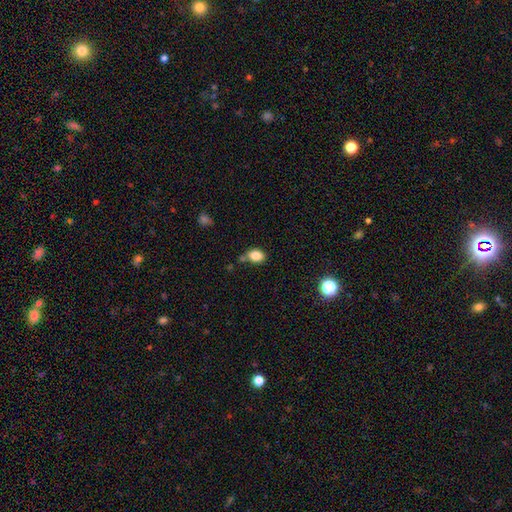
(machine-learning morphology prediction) smooth-or-featured: smooth: 84% | star or artifact: 10% | featured or disk: 6%
  how-rounded: in between: 66% | round: 33% | cigar-shaped: 1%
  merging: none: 66% | minor disturbance: 18% | merger: 11% | major disturbance: 4%